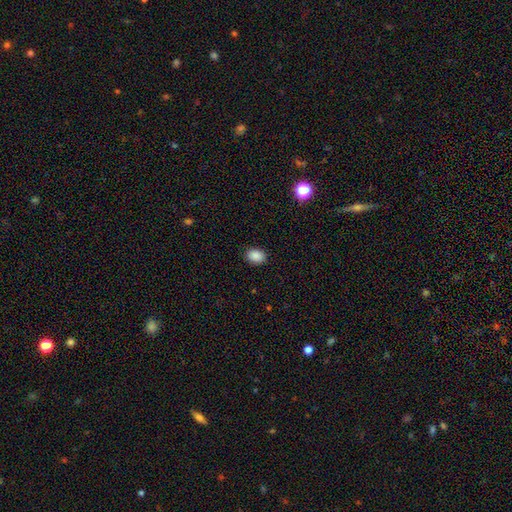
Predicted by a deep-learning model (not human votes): A smooth galaxy with no disk features (88%) that is in between round and cigar-shaped (70%). Merging: none (89%).